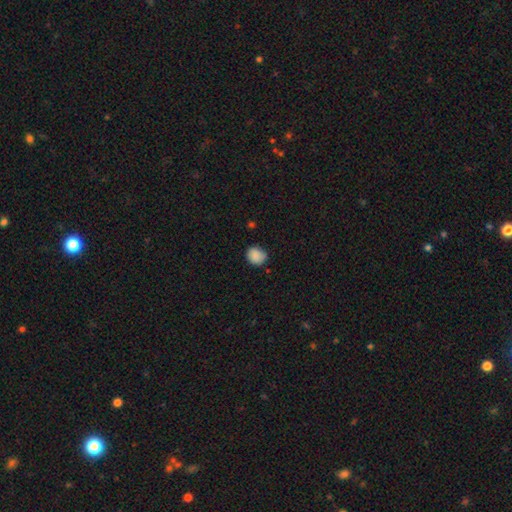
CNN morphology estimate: This is clearly a smooth galaxy (87%). How rounded: likely round (68%). Merging: likely none (76%).